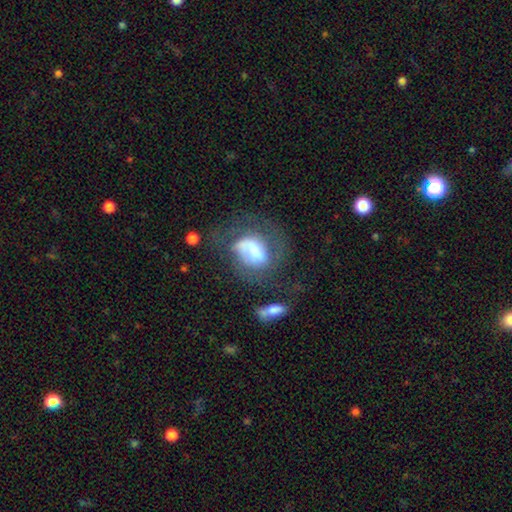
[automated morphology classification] Smooth or featured?
  - featured or disk: 49% *
  - smooth: 42%
  - star or artifact: 9%
Merging?
  - none: 39% *
  - major disturbance: 32%
  - minor disturbance: 22%
  - merger: 7%